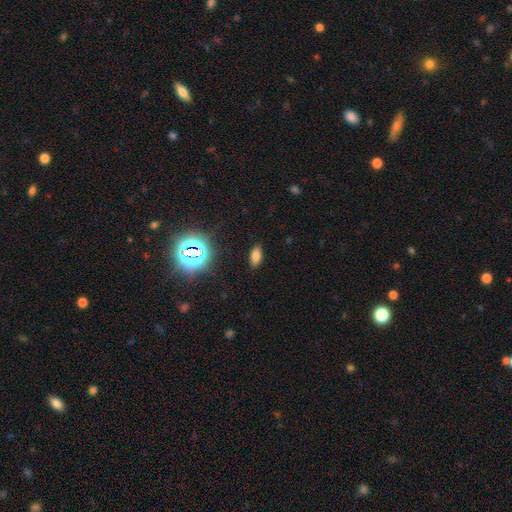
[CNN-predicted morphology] Smooth or featured? smooth (71%)
How rounded? in between (88%)
Merging? none (87%)